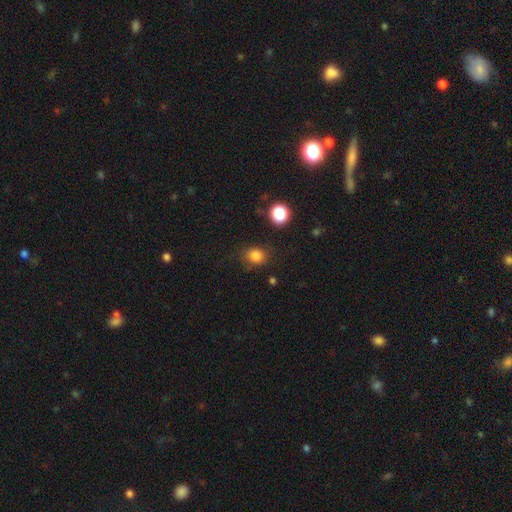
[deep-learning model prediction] The model was most divided on "how rounded": round: 64%, in between: 35%, cigar-shaped: 1%. More confident: smooth or featured — smooth (82%); merging — none (75%).